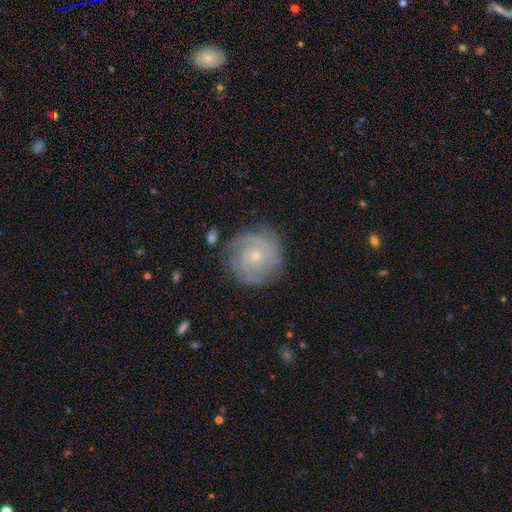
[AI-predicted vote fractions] A featured or disk galaxy (82%) with no bar (78%), 3 (30%) tight (73%) spiral arms (96%) and a small central bulge (74%). Merging: none (80%).